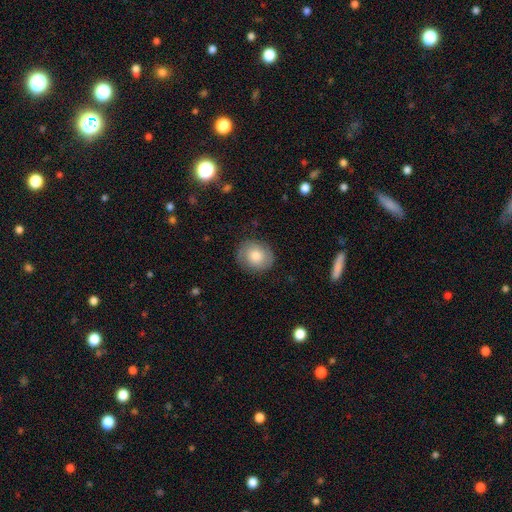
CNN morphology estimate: The model was most divided on "smooth or featured": smooth: 58%, featured or disk: 33%, star or artifact: 8%. More confident: merging — none (83%); how rounded — round (73%).